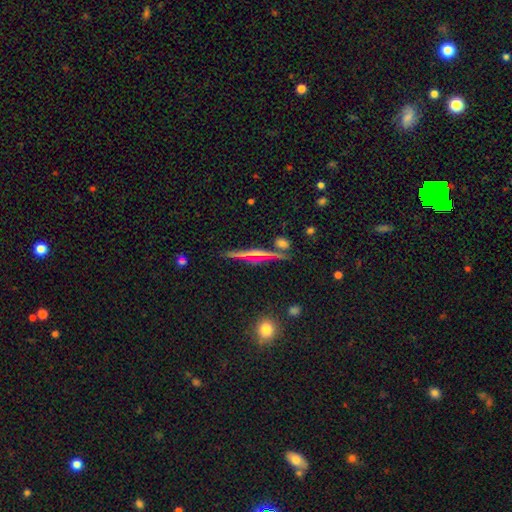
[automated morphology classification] Smooth or featured?
  - featured or disk: 73% *
  - smooth: 16%
  - star or artifact: 11%
Edge-on disk?
  - yes: 96% *
  - no: 4%
Edge-on bulge?
  - rounded: 72% *
  - none: 20%
  - boxy: 9%
Merging?
  - none: 83% *
  - minor disturbance: 9%
  - merger: 6%
  - major disturbance: 3%